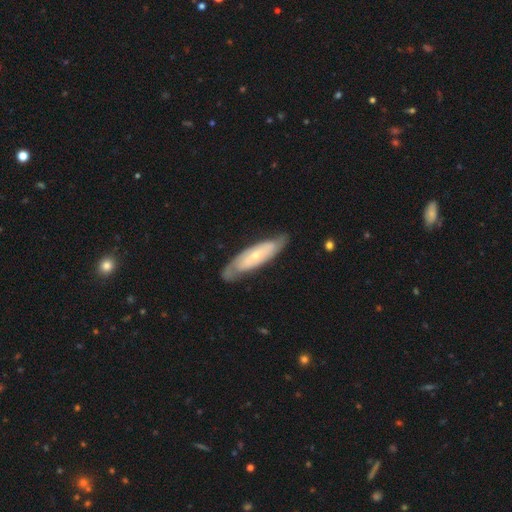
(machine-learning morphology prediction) A featured or disk galaxy (65%). Merging: none (75%).